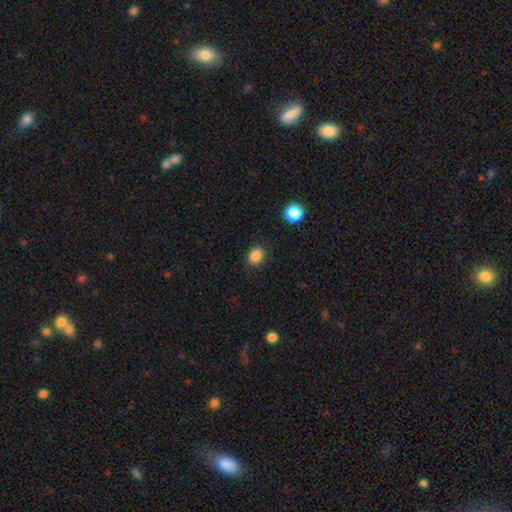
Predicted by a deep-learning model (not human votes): Smooth or featured: smooth — 86% (star or artifact — 11%)
How rounded: in between — 52% (round — 47%)
Merging: none — 86% (minor disturbance — 10%)